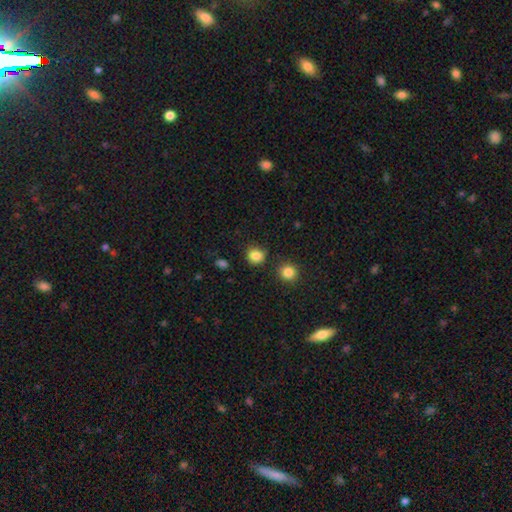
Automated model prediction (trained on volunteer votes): This appears to be a smooth galaxy with no disk features (84%) that is round (79%). Merging: none (80%).